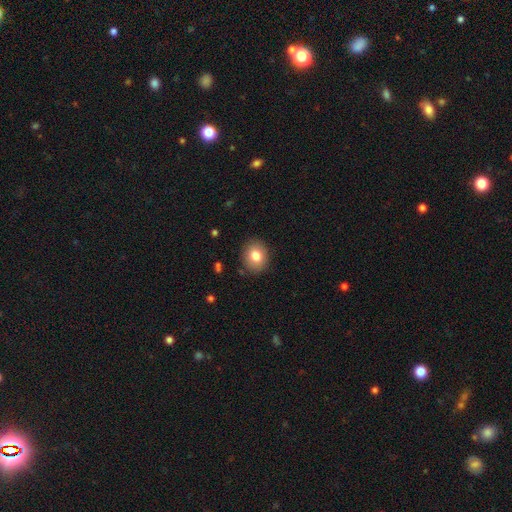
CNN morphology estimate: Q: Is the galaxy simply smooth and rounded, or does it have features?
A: smooth — 81%.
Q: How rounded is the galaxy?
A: round — 64%.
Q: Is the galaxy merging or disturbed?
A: none — 88%.